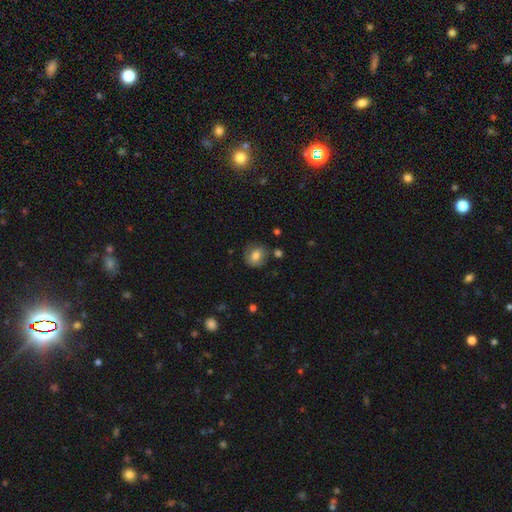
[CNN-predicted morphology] This is likely a smooth galaxy (73%). How rounded: likely round (79%). Merging: likely none (72%).